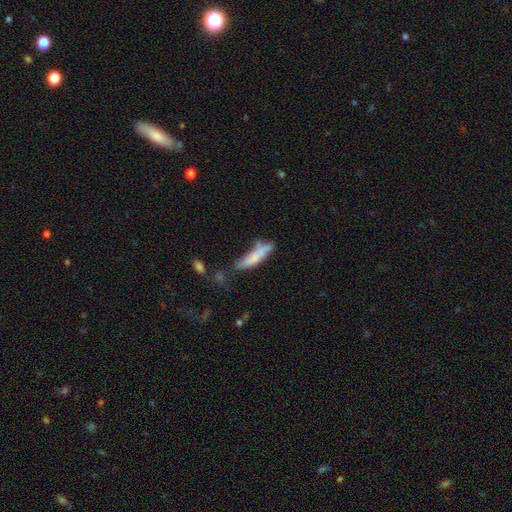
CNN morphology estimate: A smooth galaxy with no disk features (67%) that is cigar-shaped (74%).

Vote fractions:
- Smooth or featured? smooth: 67% / featured or disk: 25% / star or artifact: 7%
- How rounded? cigar-shaped: 74% / in between: 24% / round: 2%
- Merging? none: 42% / minor disturbance: 29% / merger: 15% / major disturbance: 13%